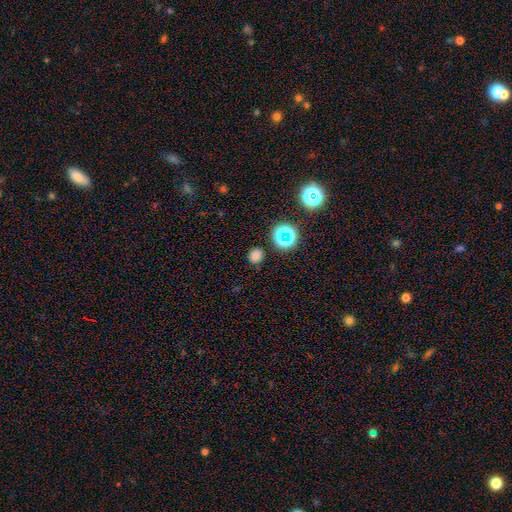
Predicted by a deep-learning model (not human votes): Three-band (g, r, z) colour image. It shows a smooth galaxy with no disk features (71%) that is round (85%). Merging: none (85%).